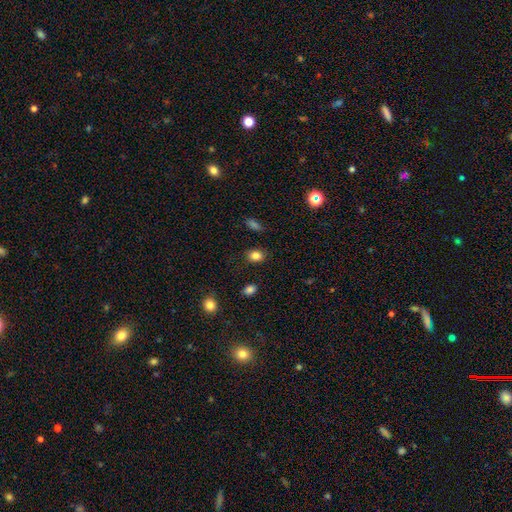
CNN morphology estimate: Q: Smooth or featured?
A: smooth (84%); runner-up: star or artifact (11%)
Q: How rounded?
A: in between (63%); runner-up: round (36%)
Q: Merging?
A: none (85%); runner-up: minor disturbance (10%)